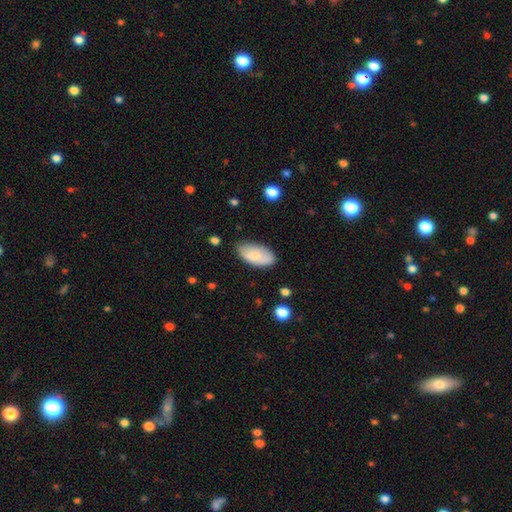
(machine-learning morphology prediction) smooth 80%, featured or disk 13%, star or artifact 7%. Down the decision tree: how rounded — in between (94%); merging — none (75%).